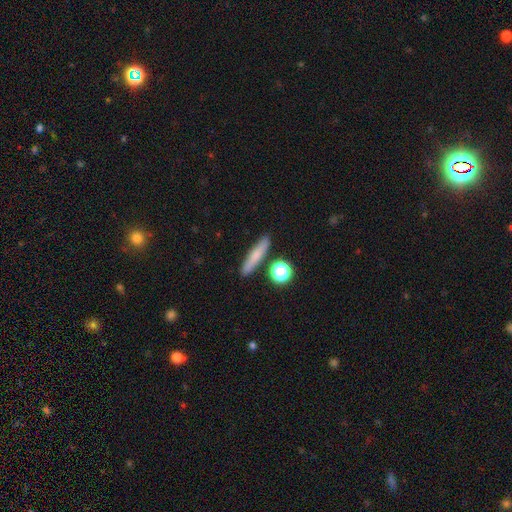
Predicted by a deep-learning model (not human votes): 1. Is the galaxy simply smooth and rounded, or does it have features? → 68% smooth, 22% featured or disk, 10% star or artifact.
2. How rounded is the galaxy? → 80% cigar-shaped, 12% in between, 8% round.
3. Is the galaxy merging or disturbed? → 85% none, 8% minor disturbance, 4% merger, 2% major disturbance.